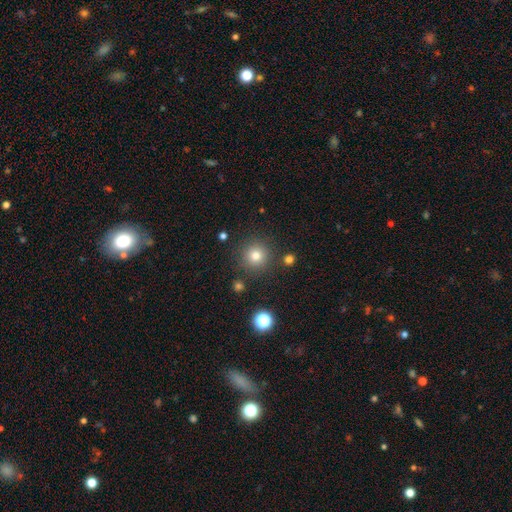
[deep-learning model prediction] Overall: smooth (78%). How rounded: round (95%). Merging: none (87%).